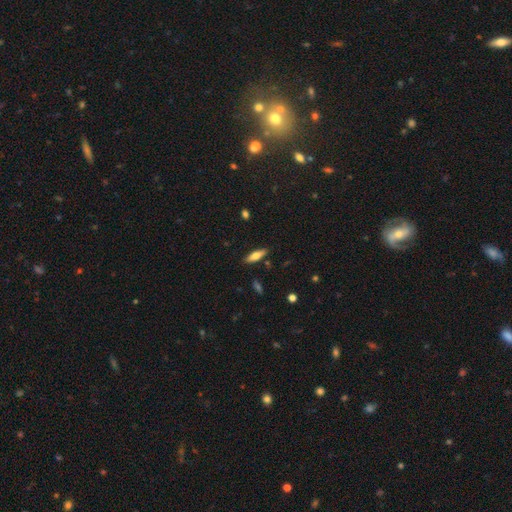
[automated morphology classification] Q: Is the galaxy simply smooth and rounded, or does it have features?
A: smooth — 65%.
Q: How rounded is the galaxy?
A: in between — 49%.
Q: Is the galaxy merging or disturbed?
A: none — 86%.